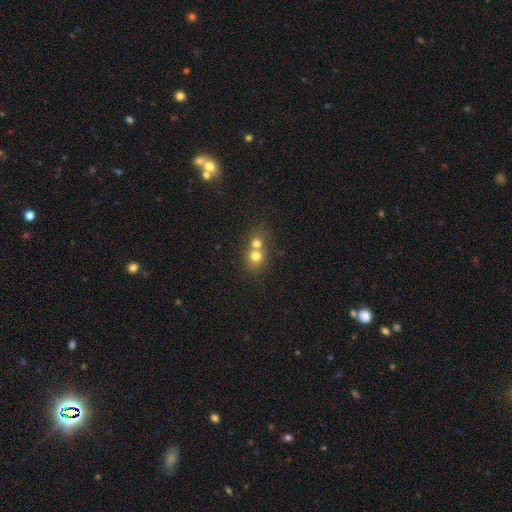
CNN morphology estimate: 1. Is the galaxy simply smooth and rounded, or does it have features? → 73% smooth, 15% featured or disk, 12% star or artifact.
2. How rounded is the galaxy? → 78% round, 21% in between, 1% cigar-shaped.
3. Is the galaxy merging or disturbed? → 62% merger, 30% none, 5% minor disturbance, 3% major disturbance.